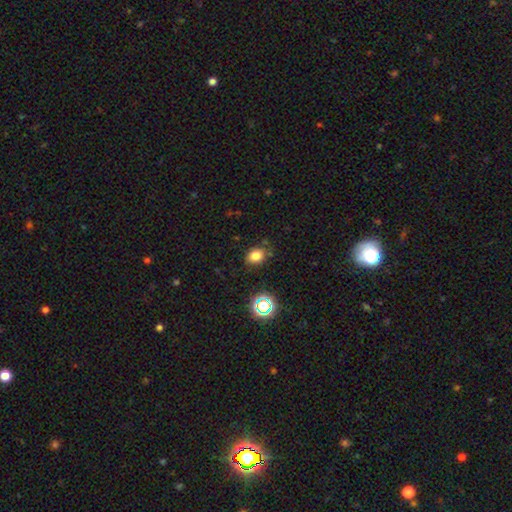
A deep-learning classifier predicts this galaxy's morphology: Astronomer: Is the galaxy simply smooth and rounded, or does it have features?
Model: smooth — 77%.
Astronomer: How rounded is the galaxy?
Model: in between — 55% (runner-up: round, 44%).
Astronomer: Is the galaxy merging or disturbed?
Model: none — 78%.